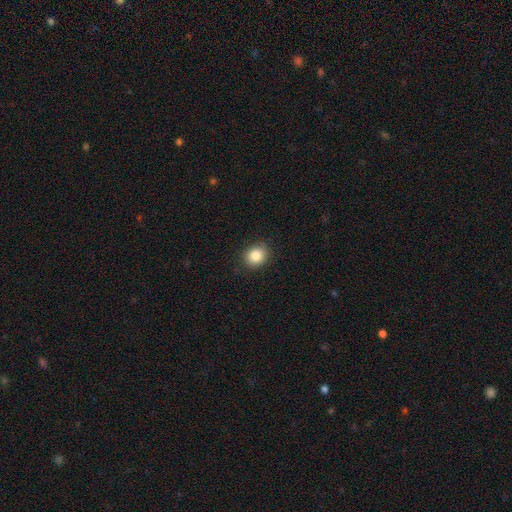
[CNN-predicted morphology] smooth_or_featured: smooth (p=0.85) [alt: star or artifact p=0.10]
how_rounded: round (p=0.70) [alt: in between p=0.29]
merging: none (p=0.88) [alt: minor disturbance p=0.09]